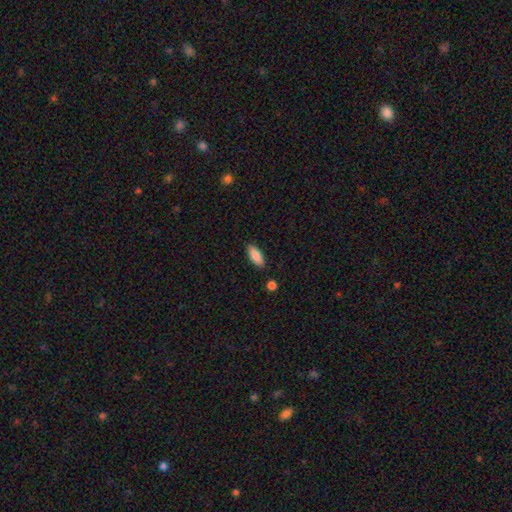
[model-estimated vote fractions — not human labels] This is clearly a smooth galaxy (86%). How rounded: likely in between (79%). Merging: clearly none (86%).